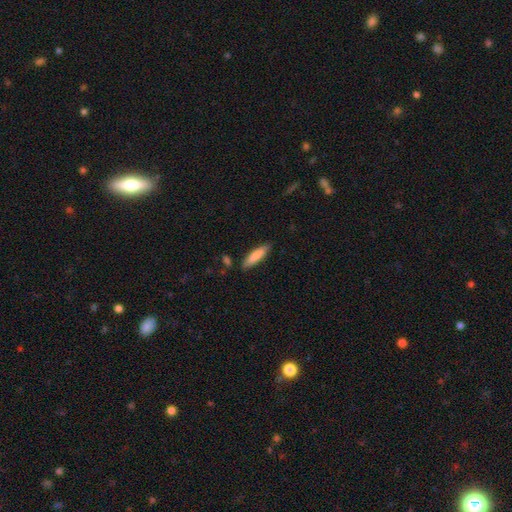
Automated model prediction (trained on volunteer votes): smooth 82%, featured or disk 13%, star or artifact 6%. Down the decision tree: how rounded — cigar-shaped (76%); merging — none (85%).